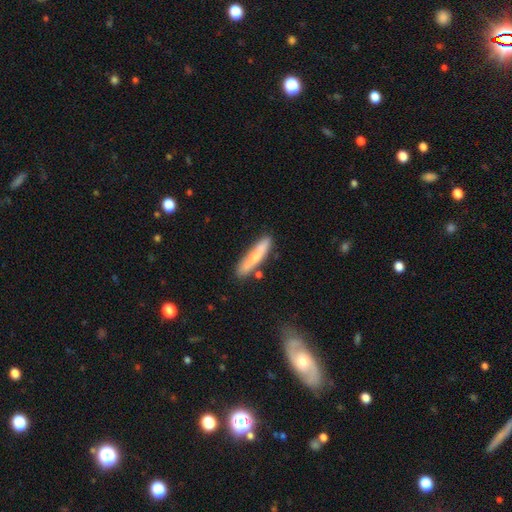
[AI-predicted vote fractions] Smooth or featured? smooth (69%)
How rounded? cigar-shaped (89%)
Merging? none (79%)